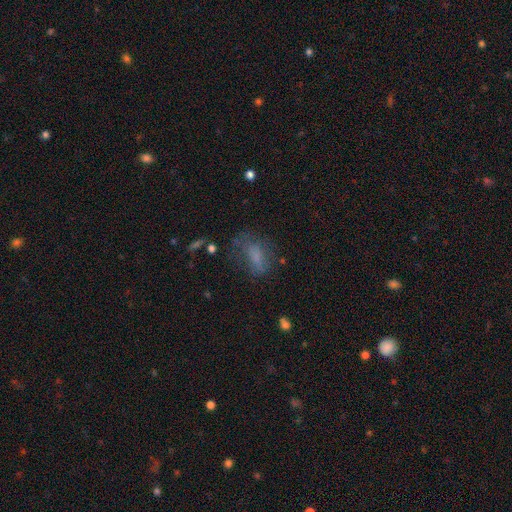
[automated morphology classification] type=smooth (62%); roundness=in between (78%); merging=none (46%).